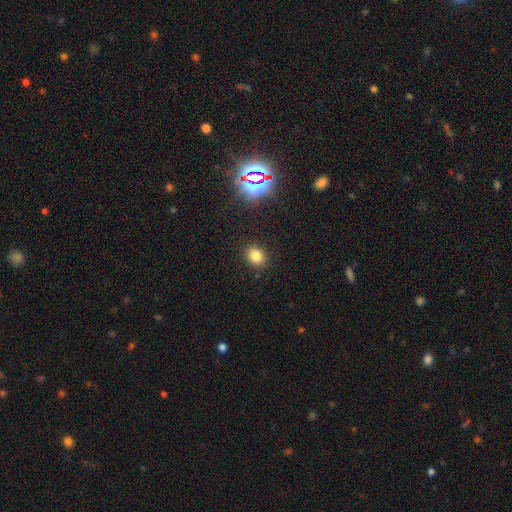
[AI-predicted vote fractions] A smooth galaxy with no disk features (79%) that is in between round and cigar-shaped (52%).

Vote fractions:
- Smooth or featured? smooth: 79% / star or artifact: 15% / featured or disk: 6%
- How rounded? in between: 52% / round: 47% / cigar-shaped: 1%
- Merging? none: 88% / minor disturbance: 8% / major disturbance: 3% / merger: 2%